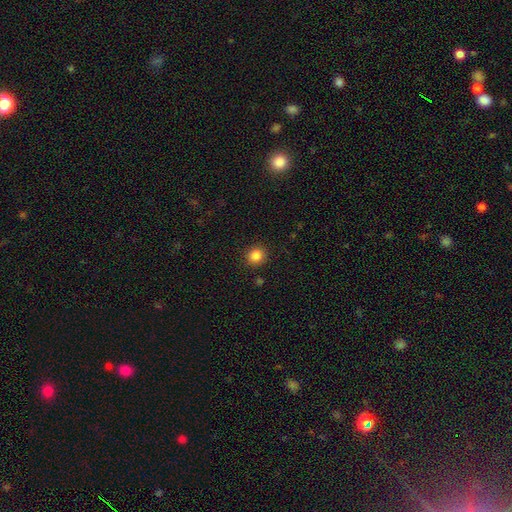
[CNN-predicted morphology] smooth-or-featured: smooth: 85% | star or artifact: 11% | featured or disk: 4%
  how-rounded: round: 85% | in between: 14% | cigar-shaped: 1%
  merging: none: 90% | minor disturbance: 7% | major disturbance: 2% | merger: 1%